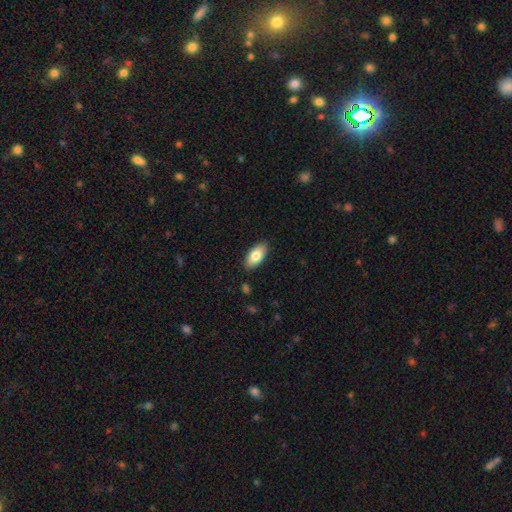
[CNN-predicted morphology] Q: Smooth or featured?
A: smooth (81%); runner-up: featured or disk (13%)
Q: How rounded?
A: in between (92%); runner-up: cigar-shaped (6%)
Q: Merging?
A: none (88%); runner-up: minor disturbance (9%)